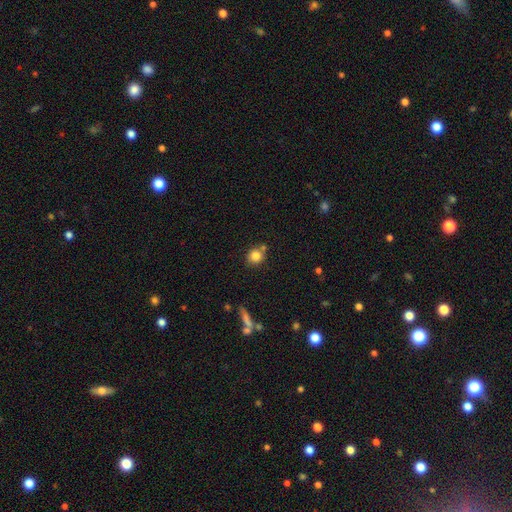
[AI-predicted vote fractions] Smooth or featured: smooth — 82% (star or artifact — 11%)
How rounded: round — 85% (in between — 14%)
Merging: none — 71% (merger — 15%)